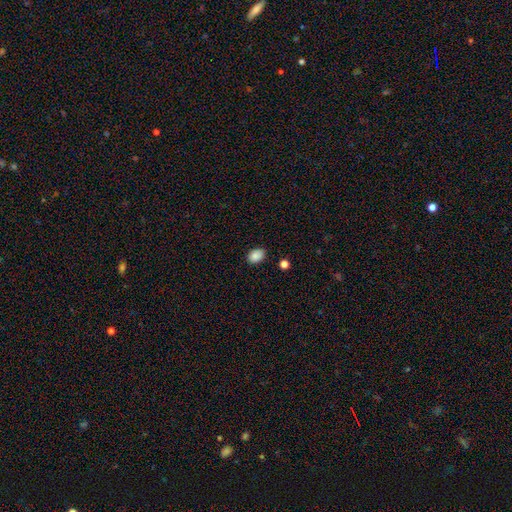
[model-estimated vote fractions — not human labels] Smooth or featured? smooth (88%)
How rounded? in between (81%)
Merging? none (84%)